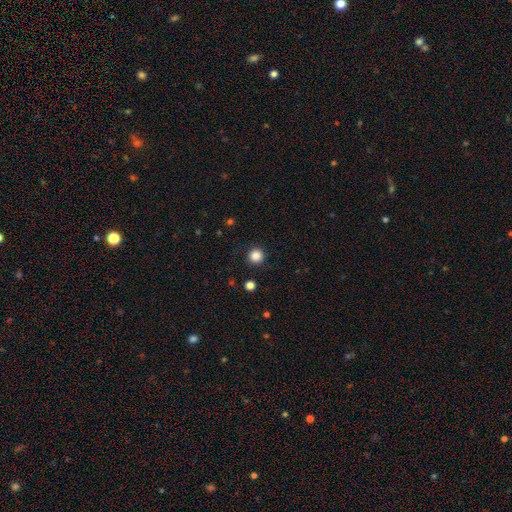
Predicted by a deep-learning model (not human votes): Smooth or featured: smooth — 85% (star or artifact — 11%)
How rounded: round — 95% (in between — 4%)
Merging: none — 91% (minor disturbance — 6%)